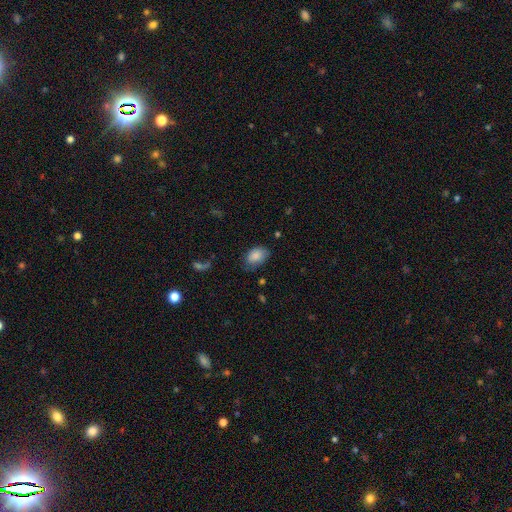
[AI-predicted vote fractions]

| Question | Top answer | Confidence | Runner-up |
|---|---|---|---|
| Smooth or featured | smooth | 86% | star or artifact (8%) |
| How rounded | in between | 87% | round (12%) |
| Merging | none | 66% | minor disturbance (26%) |